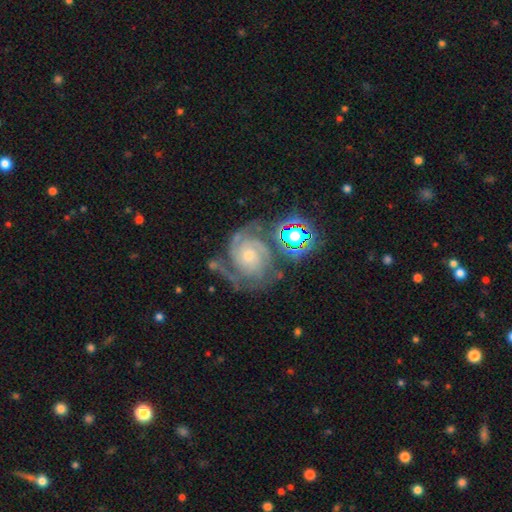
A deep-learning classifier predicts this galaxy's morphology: This is clearly a featured or disk galaxy (84%). It is clearly not viewed edge-on (98%). Bar: likely no (75%). Spiral arm pattern: clearly yes (97%). Spiral arm count: marginally 2 (37%). Spiral winding: likely tight (64%). Central bulge: likely small (62%). Merging: possibly none (53%).